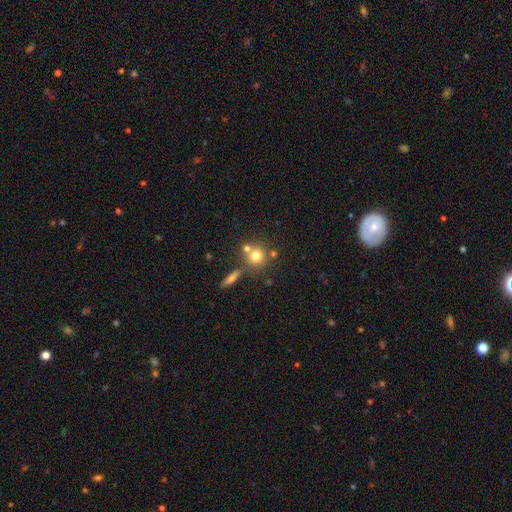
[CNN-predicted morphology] smooth-or-featured: smooth: 72% | featured or disk: 14% | star or artifact: 14%
  how-rounded: round: 88% | in between: 10% | cigar-shaped: 2%
  merging: none: 61% | merger: 25% | minor disturbance: 9% | major disturbance: 4%